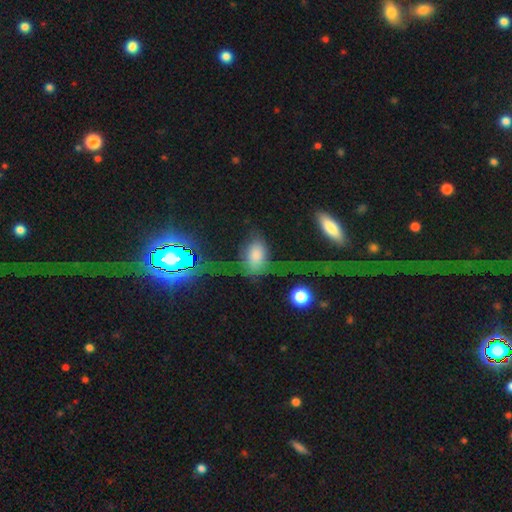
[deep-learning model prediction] Smooth or featured?
  - smooth: 62% *
  - featured or disk: 25%
  - star or artifact: 12%
How rounded?
  - in between: 87% *
  - round: 11%
  - cigar-shaped: 2%
Merging?
  - major disturbance: 41% *
  - none: 30%
  - minor disturbance: 20%
  - merger: 10%